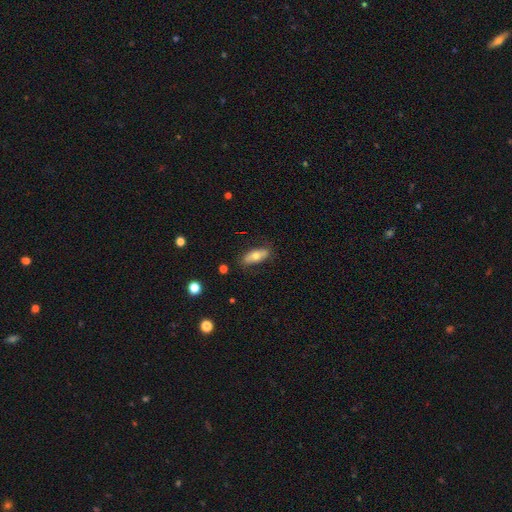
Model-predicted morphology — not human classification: Smooth or featured?
  - smooth: 64% *
  - featured or disk: 30%
  - star or artifact: 6%
How rounded?
  - in between: 68% *
  - cigar-shaped: 28%
  - round: 3%
Merging?
  - none: 82% *
  - minor disturbance: 14%
  - major disturbance: 3%
  - merger: 1%